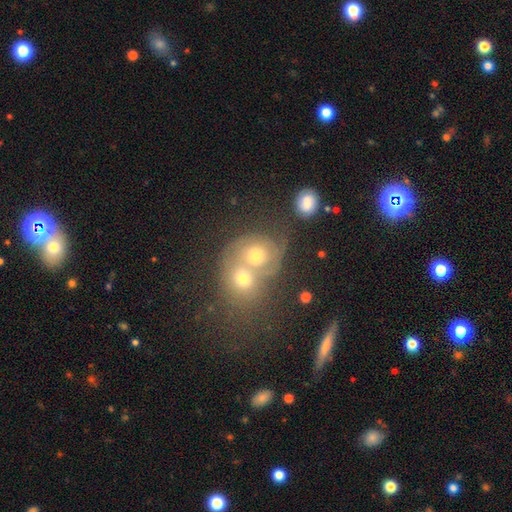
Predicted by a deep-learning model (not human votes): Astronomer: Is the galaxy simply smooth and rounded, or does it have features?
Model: smooth — 44% (runner-up: featured or disk, 43%).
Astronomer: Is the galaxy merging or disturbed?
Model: merger — 67%.